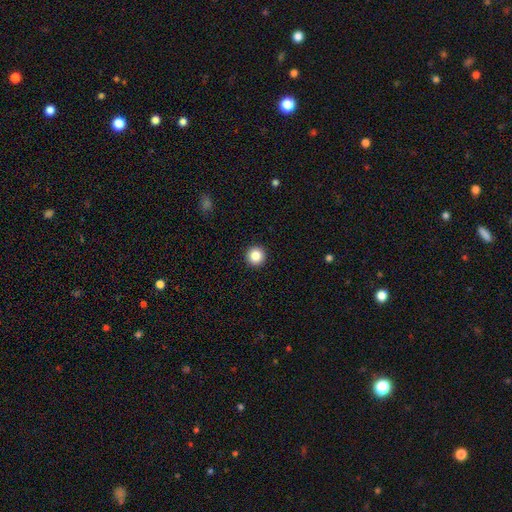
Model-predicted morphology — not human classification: This appears to be a smooth galaxy with no disk features (86%) that is round (96%). Merging: none (94%).